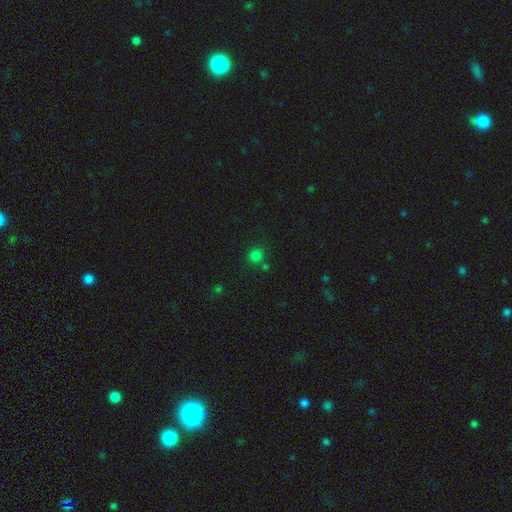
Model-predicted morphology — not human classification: Smooth or featured? Predicted: smooth (p=0.77). How rounded? Predicted: round (p=0.90). Merging? Predicted: none (p=0.75).